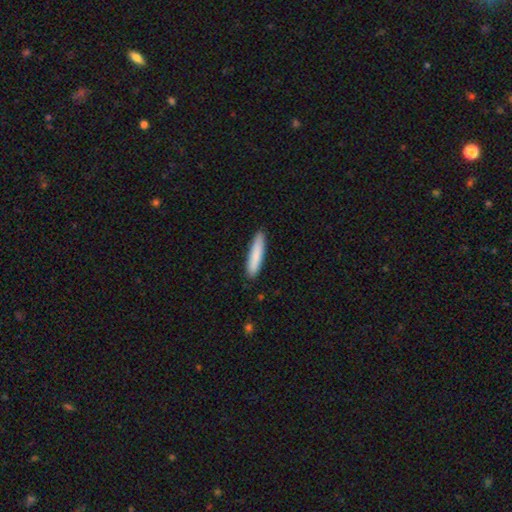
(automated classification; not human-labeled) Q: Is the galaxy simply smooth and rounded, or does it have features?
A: smooth — 85%.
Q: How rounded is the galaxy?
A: cigar-shaped — 89%.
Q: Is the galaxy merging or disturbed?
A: none — 90%.